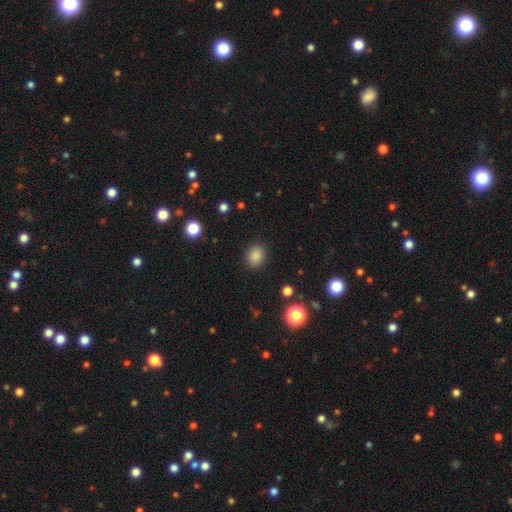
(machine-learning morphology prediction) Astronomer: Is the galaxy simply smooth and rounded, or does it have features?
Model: smooth — 85%.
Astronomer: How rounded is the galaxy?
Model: round — 70%.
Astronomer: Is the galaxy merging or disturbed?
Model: none — 89%.